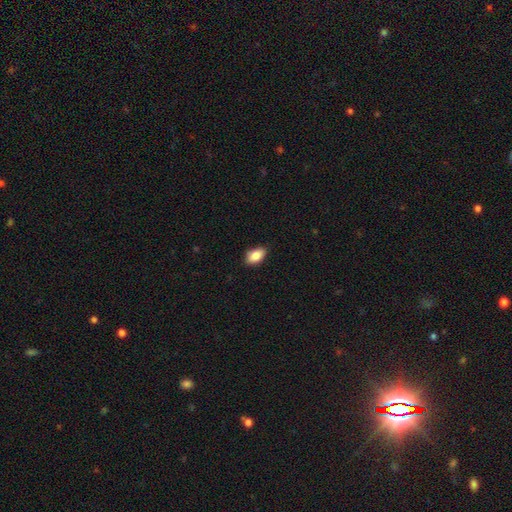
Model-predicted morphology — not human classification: smooth_or_featured: smooth (p=0.85) [alt: featured or disk p=0.08]
how_rounded: in between (p=0.91) [alt: round p=0.07]
merging: none (p=0.84) [alt: minor disturbance p=0.13]